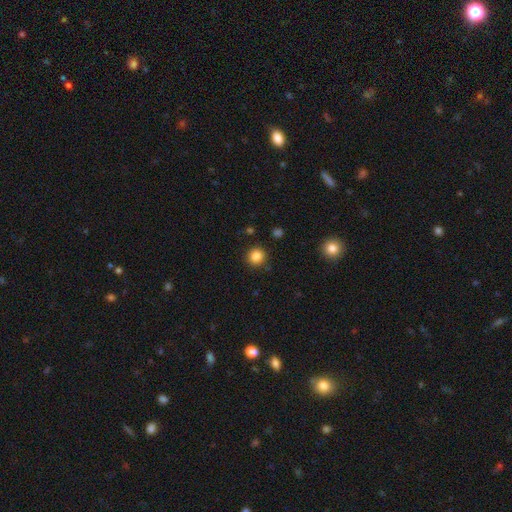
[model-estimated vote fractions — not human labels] This appears to be a smooth galaxy with no disk features (85%) that is round (91%). Merging: none (89%).